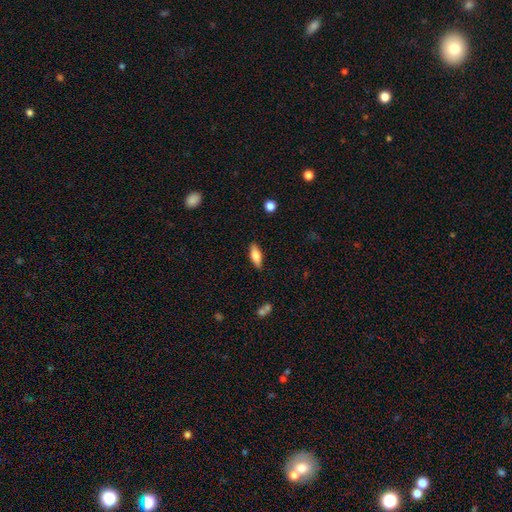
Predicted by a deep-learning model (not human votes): Morphology: type=smooth (67%); roundness=in between (65%); merging=none (86%).